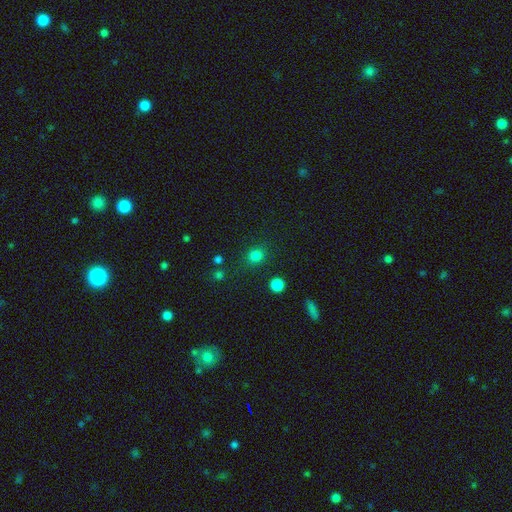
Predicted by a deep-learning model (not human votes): smooth 81%, star or artifact 14%, featured or disk 4%. Down the decision tree: how rounded — round (79%); merging — none (83%).